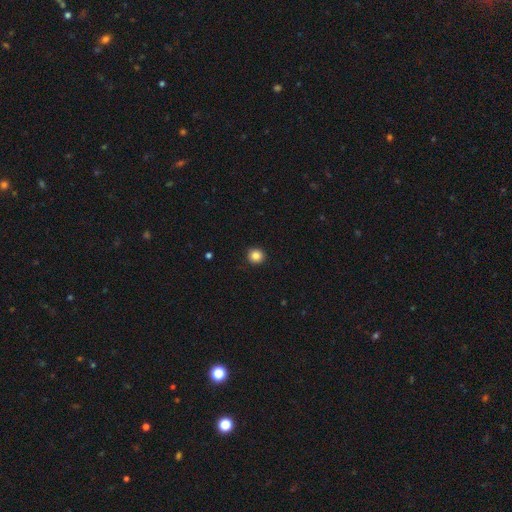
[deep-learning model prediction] smooth_or_featured: smooth (p=0.85) [alt: star or artifact p=0.11]
how_rounded: round (p=0.93) [alt: in between p=0.06]
merging: none (p=0.92) [alt: minor disturbance p=0.05]